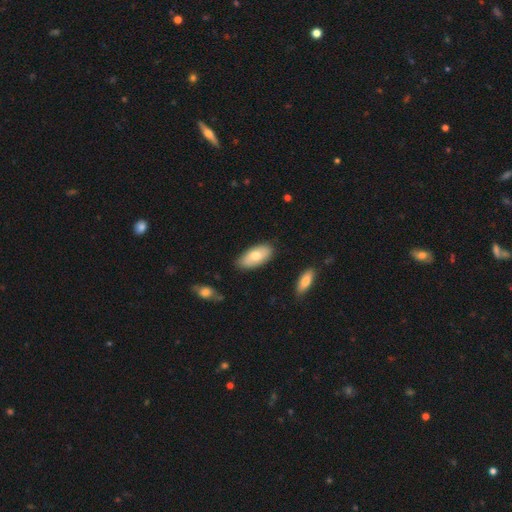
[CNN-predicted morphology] smooth-or-featured: smooth: 73% | featured or disk: 21% | star or artifact: 6%
  how-rounded: in between: 92% | cigar-shaped: 5% | round: 3%
  merging: none: 82% | minor disturbance: 13% | major disturbance: 2% | merger: 2%